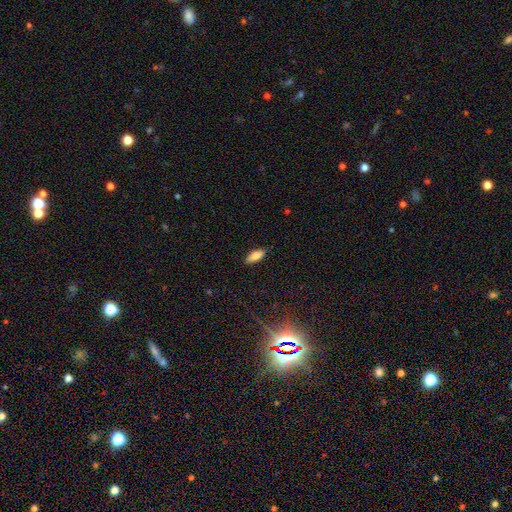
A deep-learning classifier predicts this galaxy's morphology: smooth 75%, featured or disk 17%, star or artifact 8%. Down the decision tree: how rounded — in between (71%); merging — none (86%).